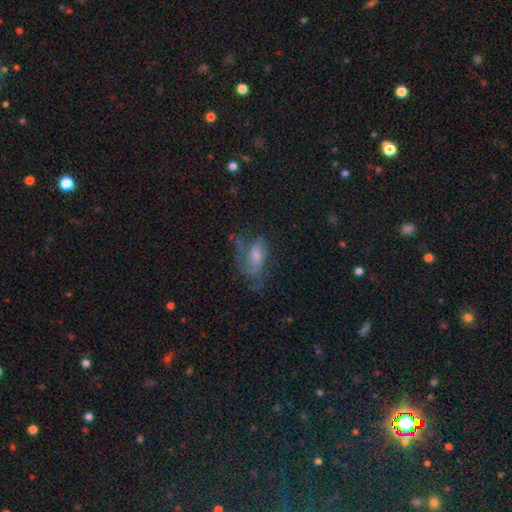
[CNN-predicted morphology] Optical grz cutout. It shows a featured or disk galaxy (61%) with no bar (64%), spiral arms (78%) and a moderate central bulge (44%). Merging: none (47%).